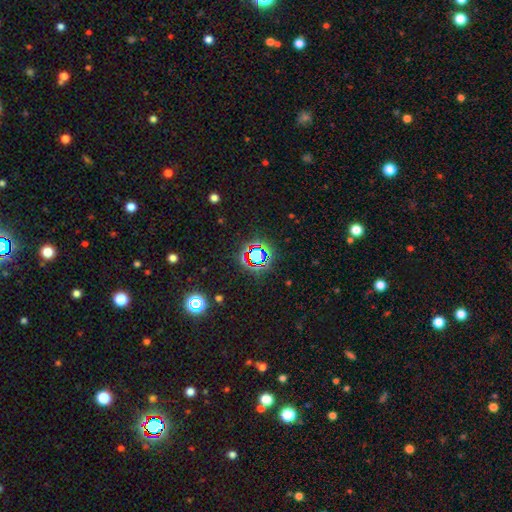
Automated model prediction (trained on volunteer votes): Smooth or featured: star or artifact — 66% (smooth — 23%)